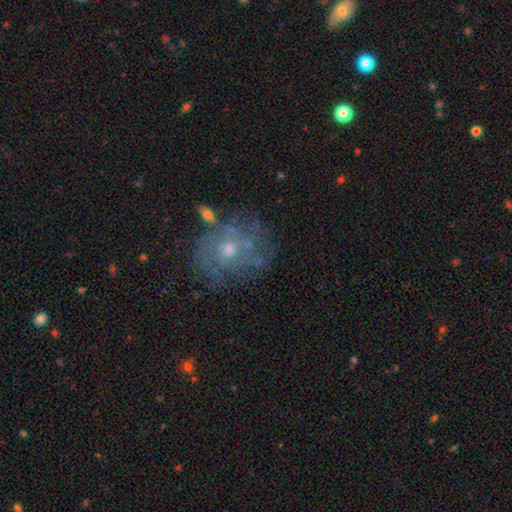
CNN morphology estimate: Smooth or featured: featured or disk — 51% (star or artifact — 26%)
Edge-on disk: no — 96% (yes — 4%)
Merging: none — 76% (minor disturbance — 14%)